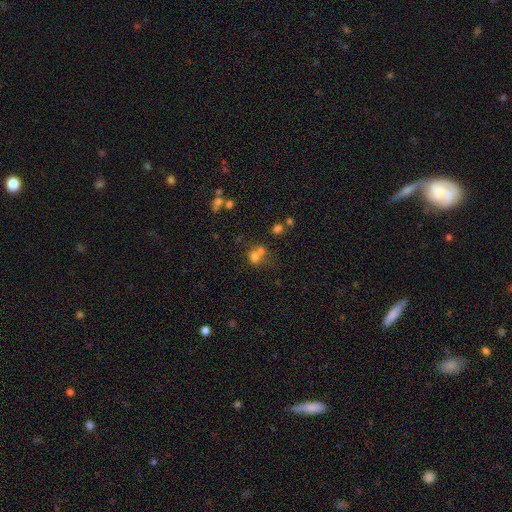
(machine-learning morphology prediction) Q: Smooth or featured?
A: smooth (67%); runner-up: star or artifact (17%)
Q: How rounded?
A: round (71%); runner-up: in between (28%)
Q: Merging?
A: merger (53%); runner-up: none (34%)